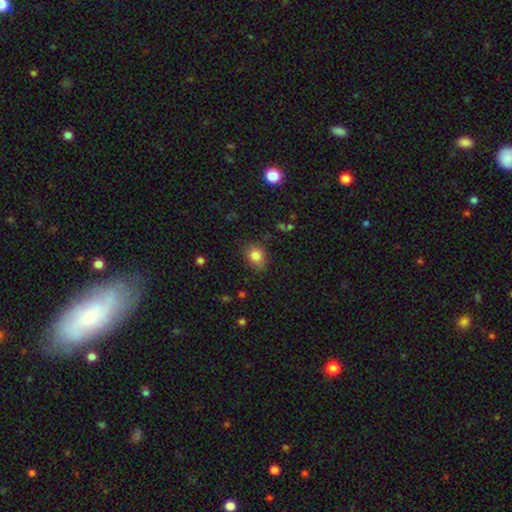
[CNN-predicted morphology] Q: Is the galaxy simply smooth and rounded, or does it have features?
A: smooth — 83%.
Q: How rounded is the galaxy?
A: round — 57%.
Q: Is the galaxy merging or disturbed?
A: none — 80%.